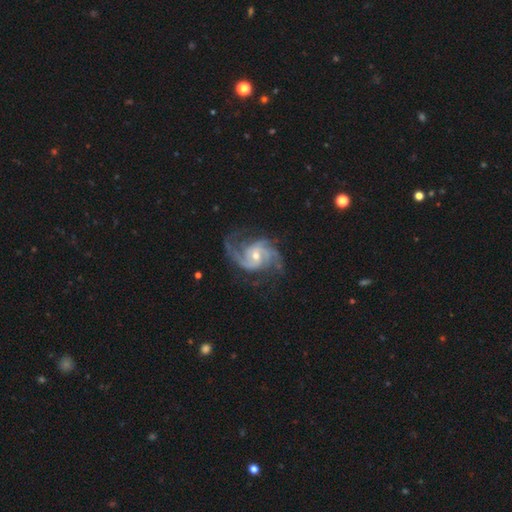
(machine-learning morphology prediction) smooth_or_featured: featured or disk (p=0.92) [alt: star or artifact p=0.05]
disk_edge_on: no (p=0.98) [alt: yes p=0.02]
bar: no (p=0.49) [alt: weak p=0.38]
has_spiral_arms: yes (p=0.98) [alt: no p=0.02]
spiral_winding: medium (p=0.53) [alt: tight p=0.26]
spiral_arm_count: 2 (p=0.40) [alt: 3 p=0.30]
bulge_size: small (p=0.49) [alt: moderate p=0.47]
merging: none (p=0.70) [alt: minor disturbance p=0.17]